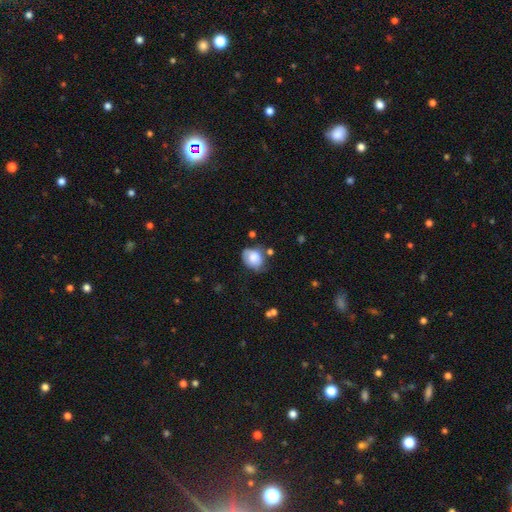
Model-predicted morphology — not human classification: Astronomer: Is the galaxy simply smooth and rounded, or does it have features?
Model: smooth — 73%.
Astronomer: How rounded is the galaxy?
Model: in between — 58% (runner-up: round, 41%).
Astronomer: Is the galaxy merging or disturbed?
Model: none — 48% (runner-up: minor disturbance, 33%).